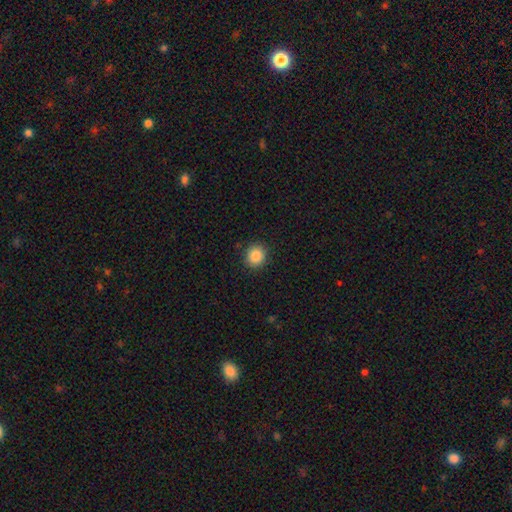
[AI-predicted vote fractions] Smooth or featured? Predicted: smooth (p=0.86). How rounded? Predicted: round (p=0.85). Merging? Predicted: none (p=0.91).